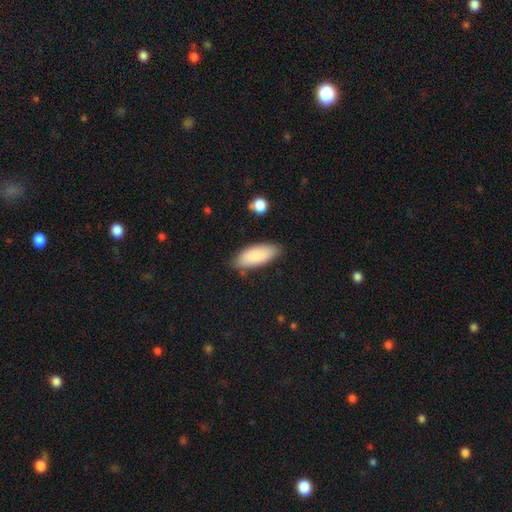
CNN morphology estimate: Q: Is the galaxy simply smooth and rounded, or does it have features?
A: smooth — 85%.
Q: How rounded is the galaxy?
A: in between — 81%.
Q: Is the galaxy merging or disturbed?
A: none — 79%.